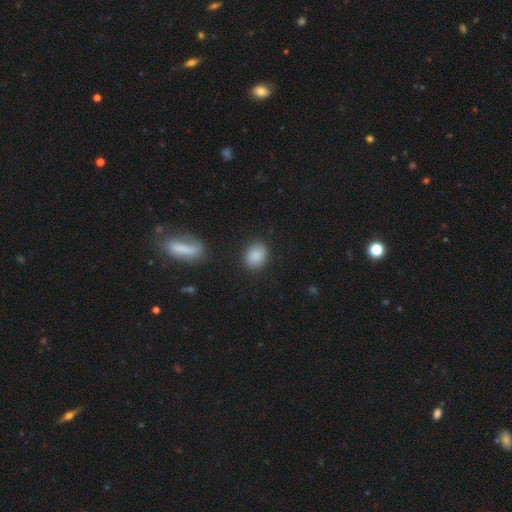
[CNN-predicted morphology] smooth 87%, star or artifact 8%, featured or disk 5%. Down the decision tree: how rounded — round (58%); merging — none (85%).